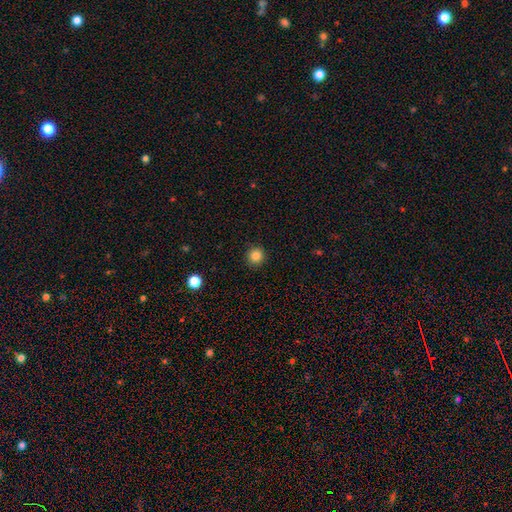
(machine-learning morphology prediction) smooth-or-featured: smooth: 85% | star or artifact: 11% | featured or disk: 4%
  how-rounded: round: 94% | in between: 5% | cigar-shaped: 1%
  merging: none: 92% | minor disturbance: 5% | major disturbance: 2% | merger: 1%